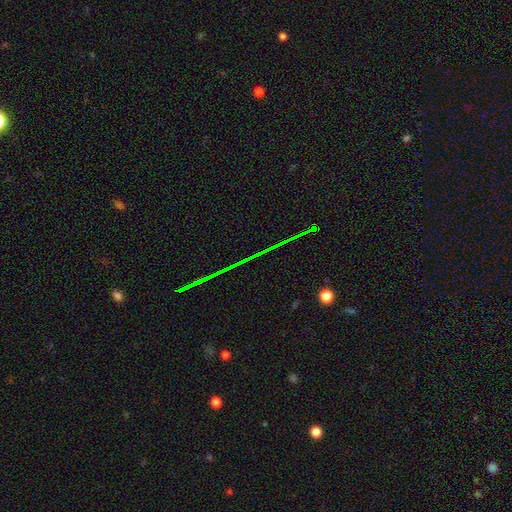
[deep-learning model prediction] A star or artifact, not a galaxy (77%).